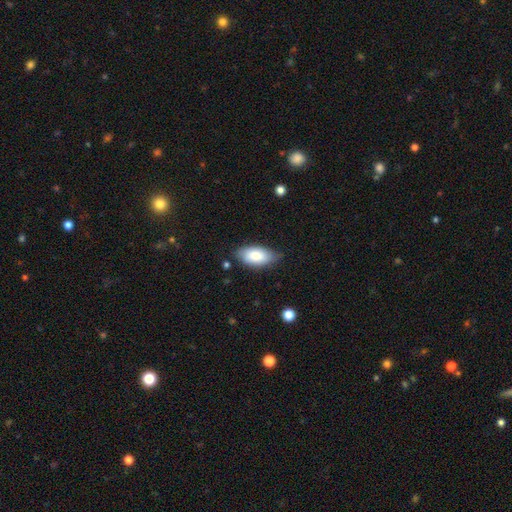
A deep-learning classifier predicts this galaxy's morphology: type=smooth (78%); roundness=in between (93%); merging=none (73%).